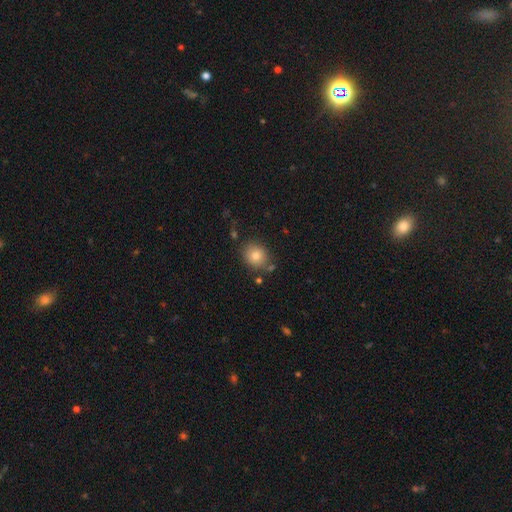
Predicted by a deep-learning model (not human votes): Smooth or featured? Predicted: smooth (p=0.80). How rounded? Predicted: round (p=0.73). Merging? Predicted: none (p=0.79).